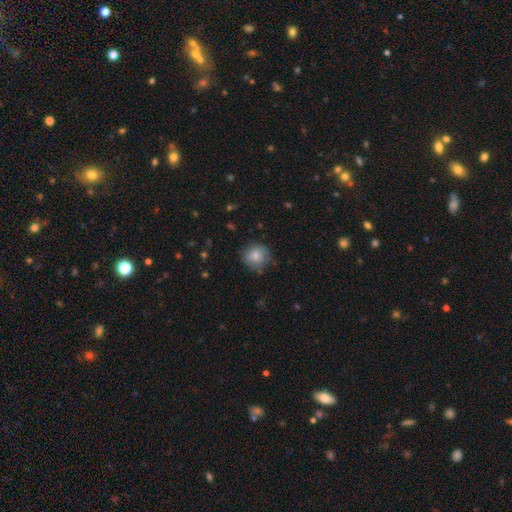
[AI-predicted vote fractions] smooth 80%, featured or disk 10%, star or artifact 9%. Down the decision tree: how rounded — round (90%); merging — none (78%).